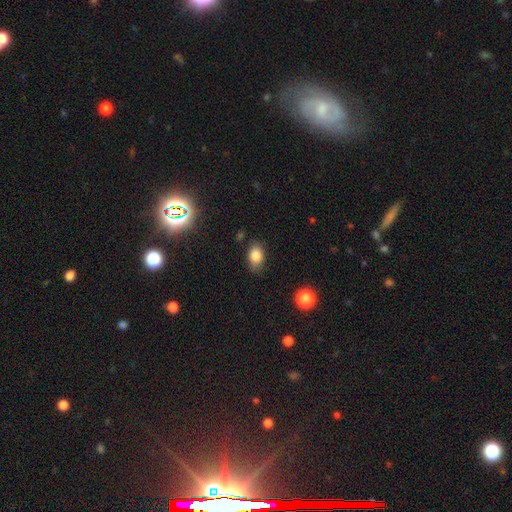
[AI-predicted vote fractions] Q: Smooth or featured?
A: smooth (82%); runner-up: star or artifact (10%)
Q: How rounded?
A: in between (83%); runner-up: round (16%)
Q: Merging?
A: none (75%); runner-up: minor disturbance (19%)